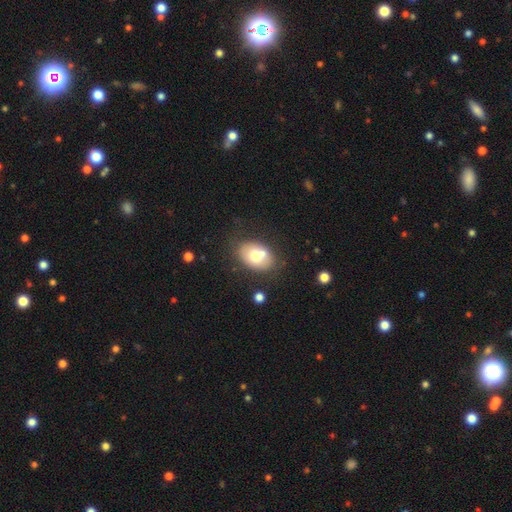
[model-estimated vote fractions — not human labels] smooth_or_featured: smooth (p=0.68) [alt: featured or disk p=0.24]
how_rounded: in between (p=0.77) [alt: round p=0.22]
merging: none (p=0.62) [alt: minor disturbance p=0.16]